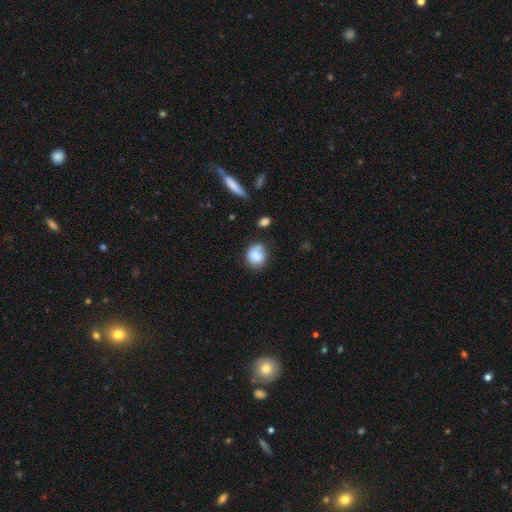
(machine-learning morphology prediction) A smooth galaxy with no disk features (77%) that is round (64%). Merging: none (57%).